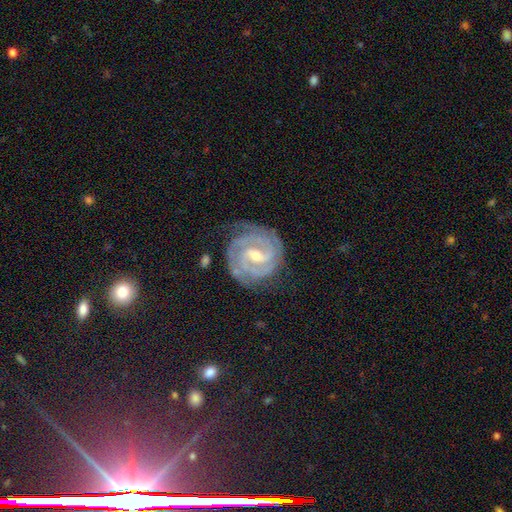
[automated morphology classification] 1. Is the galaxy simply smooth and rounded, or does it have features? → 90% featured or disk, 5% star or artifact, 5% smooth.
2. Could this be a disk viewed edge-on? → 98% no, 2% yes.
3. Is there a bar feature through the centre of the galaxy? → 51% weak, 32% strong, 17% no.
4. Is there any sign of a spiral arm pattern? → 98% yes, 2% no.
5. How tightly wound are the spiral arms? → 78% tight, 19% medium, 3% loose.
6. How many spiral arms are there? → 37% 2, 28% 3, 15% can't tell, 10% 4, 5% more than 4, 5% 1.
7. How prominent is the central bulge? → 53% moderate, 44% small, 1% large, 1% none, 1% dominant.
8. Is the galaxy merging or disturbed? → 76% none, 17% minor disturbance, 5% major disturbance, 1% merger.